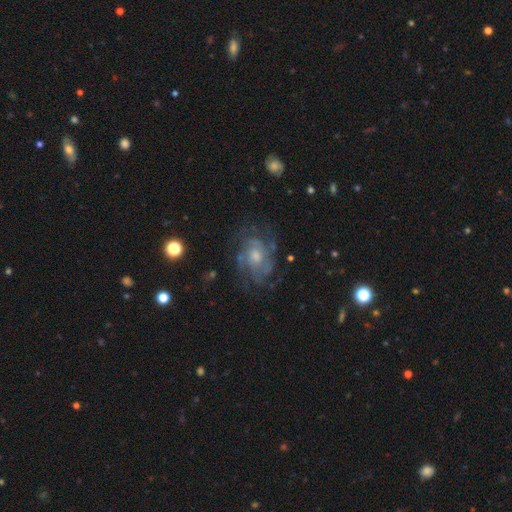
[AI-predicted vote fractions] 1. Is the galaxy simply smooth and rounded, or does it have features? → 77% featured or disk, 14% smooth, 9% star or artifact.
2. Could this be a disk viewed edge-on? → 97% no, 3% yes.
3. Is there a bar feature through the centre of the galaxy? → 74% no, 23% weak, 3% strong.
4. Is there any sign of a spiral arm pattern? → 89% yes, 11% no.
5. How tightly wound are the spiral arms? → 51% tight, 38% medium, 12% loose.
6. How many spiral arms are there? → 41% can't tell, 19% 3, 17% 2, 12% 4, 6% more than 4, 5% 1.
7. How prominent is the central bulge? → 49% moderate, 38% small, 6% large, 5% none, 1% dominant.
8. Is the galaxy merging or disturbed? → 67% none, 19% minor disturbance, 13% major disturbance, 2% merger.